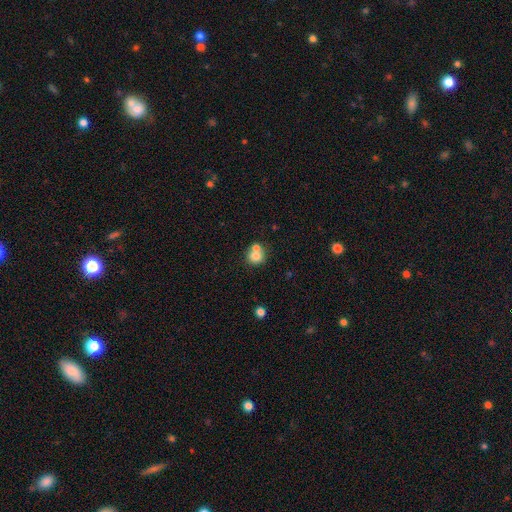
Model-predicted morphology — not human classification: smooth 75%, featured or disk 15%, star or artifact 10%. Down the decision tree: how rounded — round (82%); merging — merger (47%).